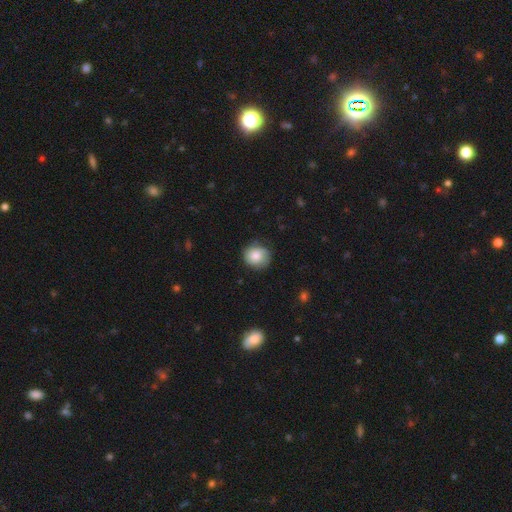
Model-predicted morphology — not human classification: Overall: smooth (76%). How rounded: round (84%). Merging: none (75%).